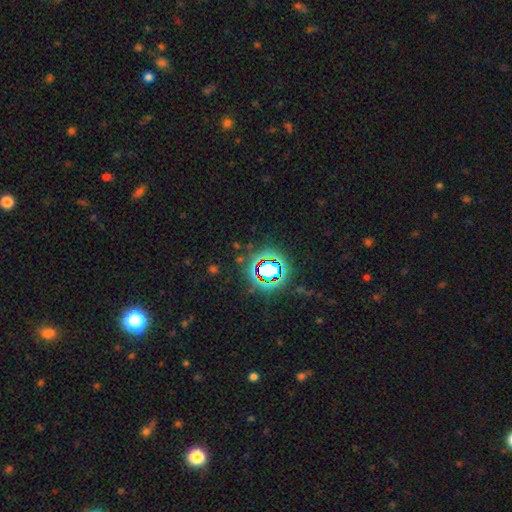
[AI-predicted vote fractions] A star or artifact, not a galaxy (81%).

Vote fractions:
- Smooth or featured? star or artifact: 81% / smooth: 12% / featured or disk: 7%